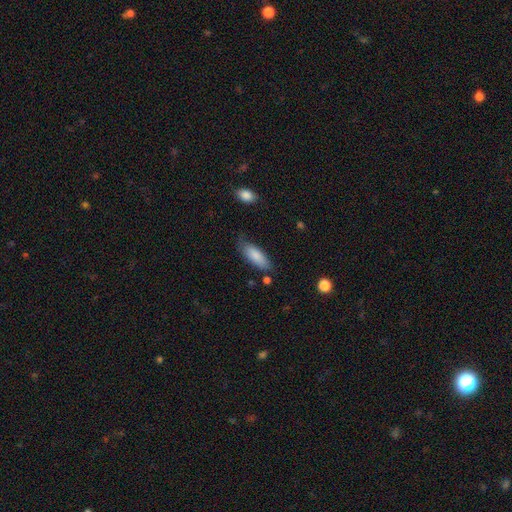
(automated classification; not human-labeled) A smooth galaxy with no disk features (84%) that is in between round and cigar-shaped (70%). Merging: none (71%).